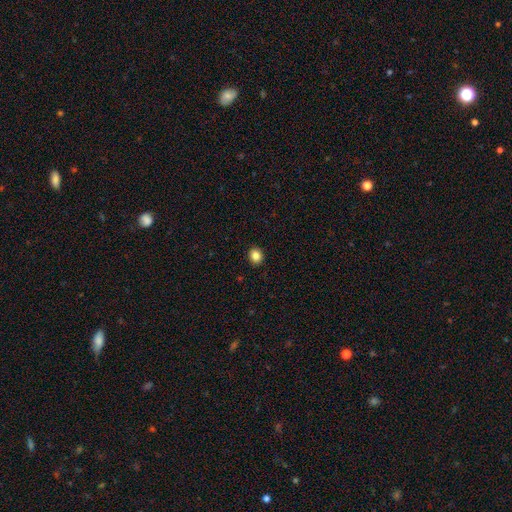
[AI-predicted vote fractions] smooth_or_featured: smooth (p=0.85) [alt: star or artifact p=0.10]
how_rounded: round (p=0.63) [alt: in between p=0.36]
merging: none (p=0.91) [alt: minor disturbance p=0.06]